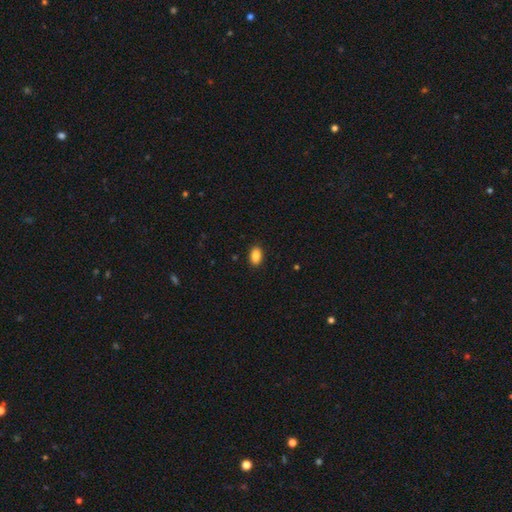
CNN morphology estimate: smooth_or_featured: smooth (p=0.88) [alt: star or artifact p=0.08]
how_rounded: in between (p=0.90) [alt: round p=0.08]
merging: none (p=0.89) [alt: minor disturbance p=0.08]